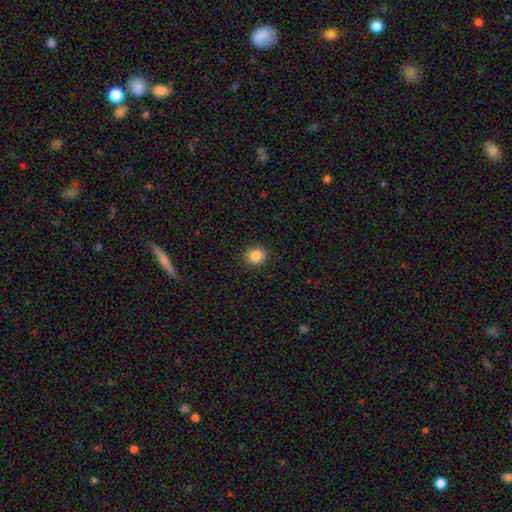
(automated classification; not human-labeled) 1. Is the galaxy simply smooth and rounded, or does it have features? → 86% smooth, 10% star or artifact, 5% featured or disk.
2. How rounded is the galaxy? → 81% round, 19% in between, 1% cigar-shaped.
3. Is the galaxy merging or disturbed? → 91% none, 6% minor disturbance, 2% major disturbance, 1% merger.